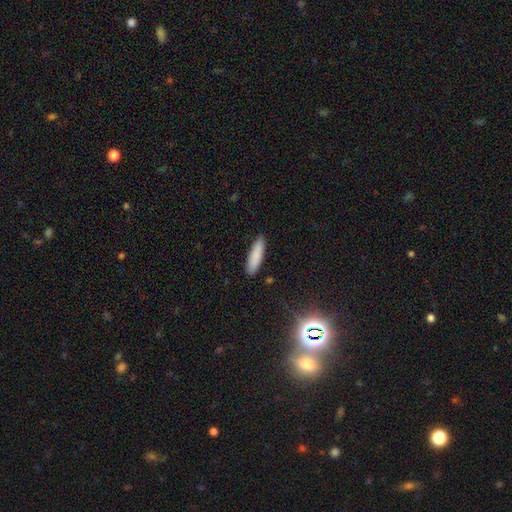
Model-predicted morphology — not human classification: smooth_or_featured: smooth (p=0.86) [alt: star or artifact p=0.07]
how_rounded: cigar-shaped (p=0.65) [alt: in between p=0.33]
merging: none (p=0.90) [alt: minor disturbance p=0.08]